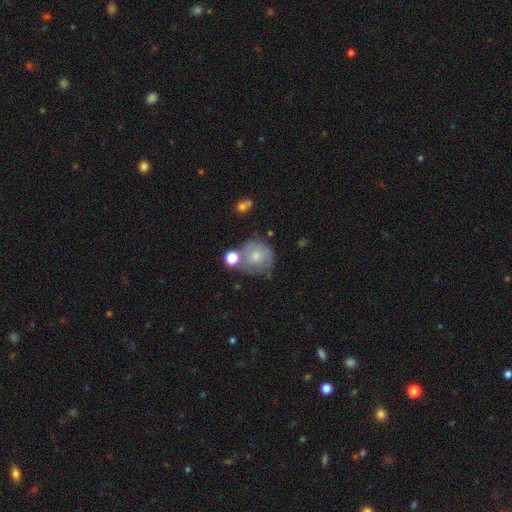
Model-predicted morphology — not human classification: This appears to be a smooth galaxy with no disk features (63%) that is round (87%). Merging: none (53%).